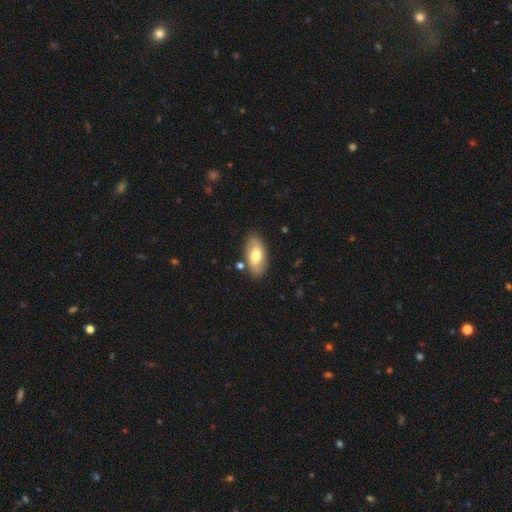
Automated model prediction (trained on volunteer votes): Overall: smooth (69%). How rounded: in between (93%). Merging: none (81%).